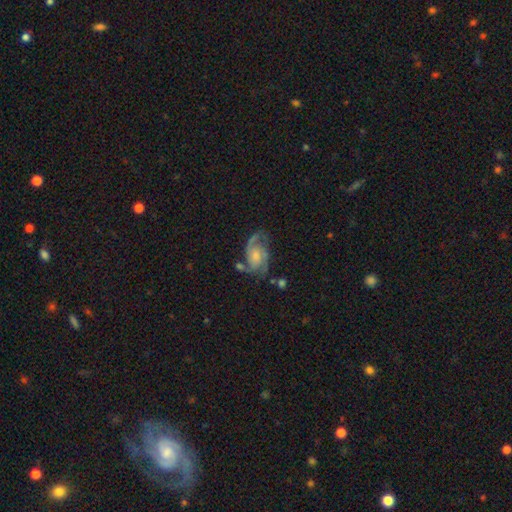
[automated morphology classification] type=featured or disk (85%); edge-on=no (98%); bar=no (63%); spiral arms=yes (96%); winding=medium (51%); arm count=2 (45%); bulge=small (49%); merging=none (55%).